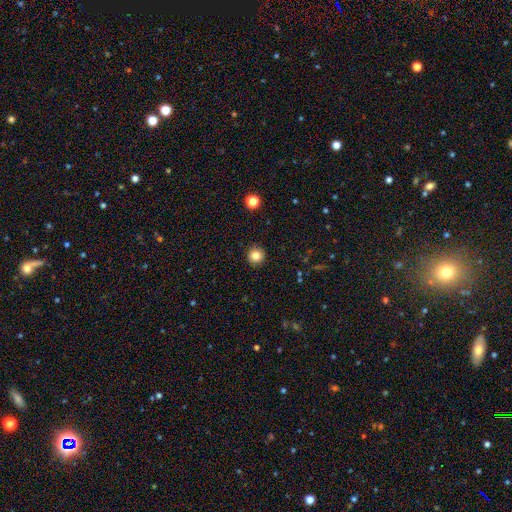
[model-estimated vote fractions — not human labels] A smooth galaxy with no disk features (83%) that is round (95%). Merging: none (92%).